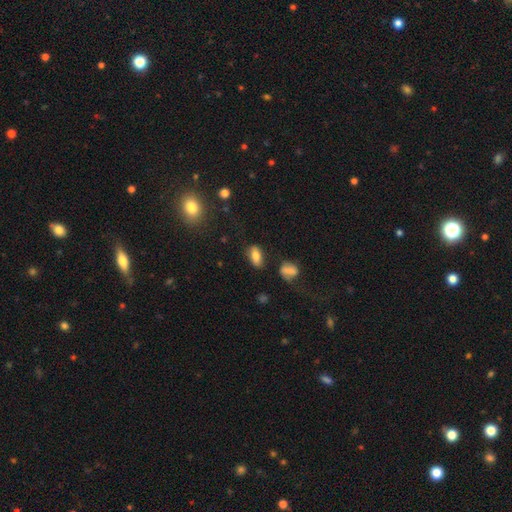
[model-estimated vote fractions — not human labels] This appears to be a smooth galaxy with no disk features (77%) that is in between round and cigar-shaped (86%). Merging: none (78%).